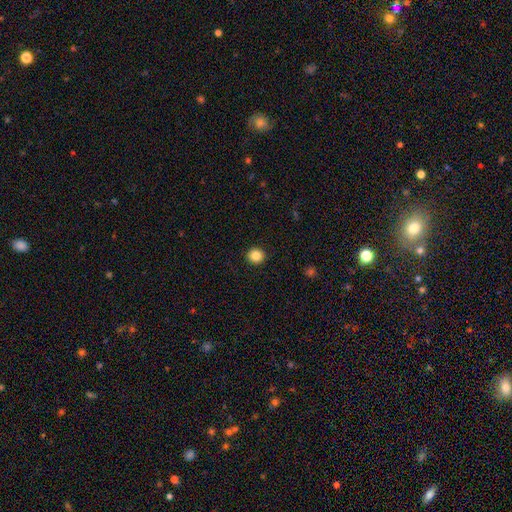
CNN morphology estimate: smooth-or-featured: smooth: 85% | star or artifact: 10% | featured or disk: 4%
  how-rounded: round: 89% | in between: 10% | cigar-shaped: 1%
  merging: none: 92% | minor disturbance: 5% | major disturbance: 2% | merger: 1%